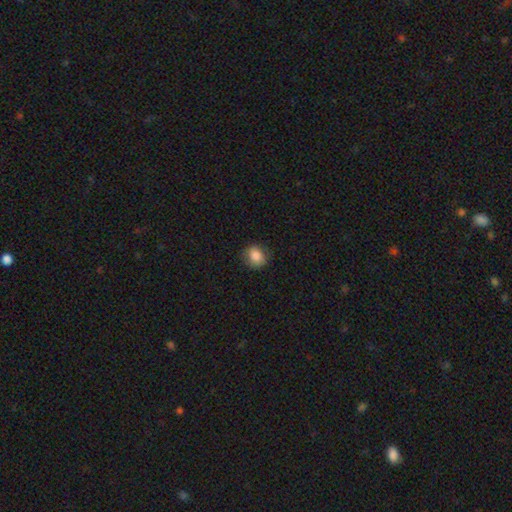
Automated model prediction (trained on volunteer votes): Smooth or featured? Predicted: smooth (p=0.85). How rounded? Predicted: round (p=0.68). Merging? Predicted: none (p=0.83).